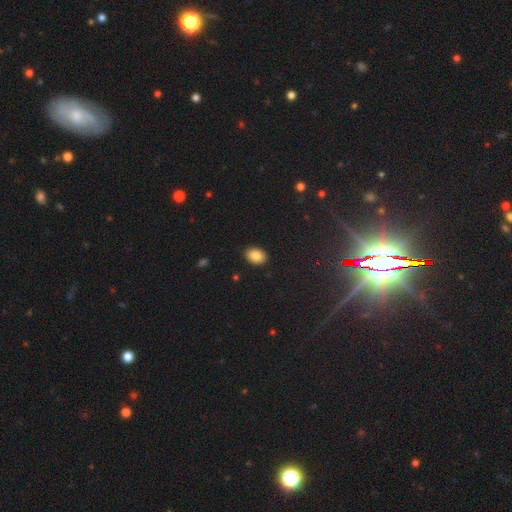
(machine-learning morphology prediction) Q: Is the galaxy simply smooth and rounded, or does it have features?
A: smooth — 86%.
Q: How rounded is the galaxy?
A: in between — 77%.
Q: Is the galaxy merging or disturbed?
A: none — 90%.